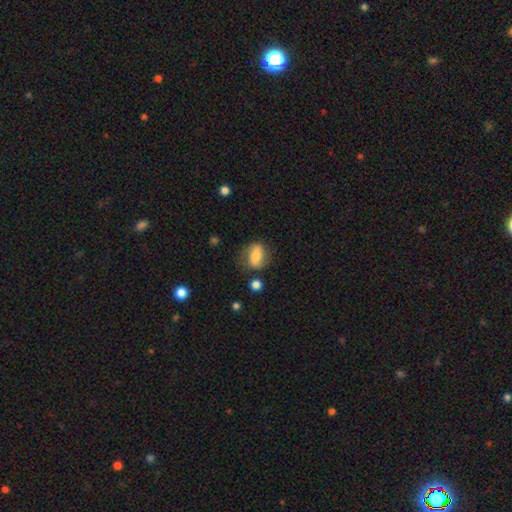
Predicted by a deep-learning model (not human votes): smooth_or_featured: smooth (p=0.62) [alt: featured or disk p=0.30]
how_rounded: in between (p=0.70) [alt: round p=0.25]
merging: none (p=0.67) [alt: minor disturbance p=0.21]